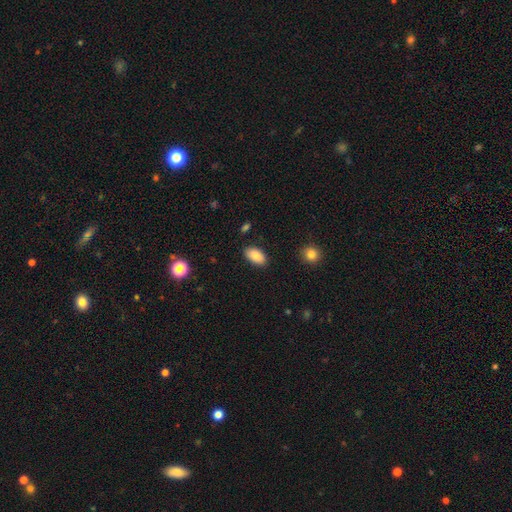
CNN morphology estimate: type=smooth (86%); roundness=in between (94%); merging=none (87%).